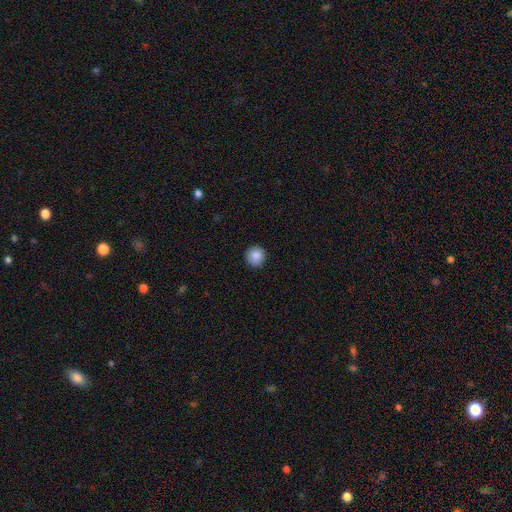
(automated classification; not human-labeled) Smooth or featured? smooth (88%)
How rounded? round (92%)
Merging? none (91%)